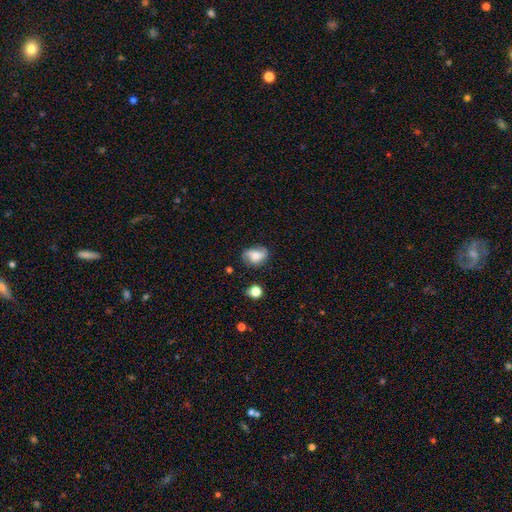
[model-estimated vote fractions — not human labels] smooth-or-featured: smooth: 51% | featured or disk: 39% | star or artifact: 10%
  how-rounded: in between: 68% | round: 31% | cigar-shaped: 2%
  merging: none: 62% | minor disturbance: 25% | major disturbance: 9% | merger: 3%